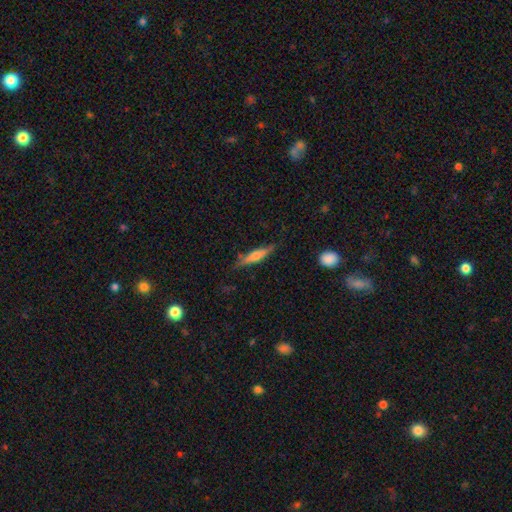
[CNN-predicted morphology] Smooth or featured? Predicted: smooth (p=0.48). Merging? Predicted: none (p=0.78).